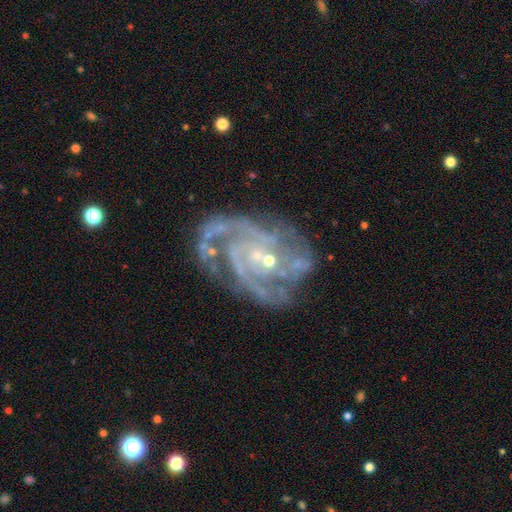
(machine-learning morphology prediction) Smooth or featured? Predicted: featured or disk (p=0.90). Edge-on disk? Predicted: no (p=0.98). Bar? Predicted: no (p=0.61). Spiral arms? Predicted: yes (p=0.97). Spiral winding? Predicted: tight (p=0.58). Spiral arm count? Predicted: 3 (p=0.31). Bulge size? Predicted: small (p=0.77). Merging? Predicted: none (p=0.61).